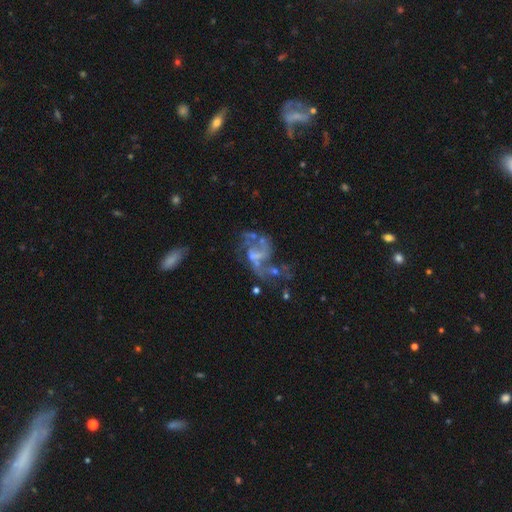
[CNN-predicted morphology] Overall: featured or disk (75%). Edge-on disk: no (98%). Bar: no (53%; weak 36%). Spiral arms: yes (67%; no 33%). Bulge size: none (50%; small 29%). Merging: major disturbance (37%; none 30%).